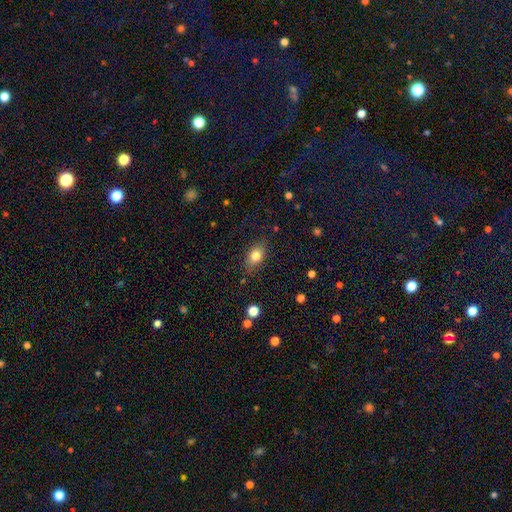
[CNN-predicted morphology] smooth_or_featured: smooth (p=0.80) [alt: featured or disk p=0.11]
how_rounded: in between (p=0.79) [alt: round p=0.17]
merging: none (p=0.79) [alt: minor disturbance p=0.15]